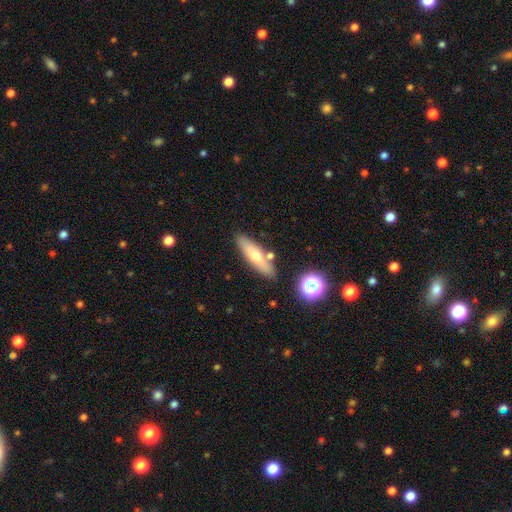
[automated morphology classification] A smooth galaxy with no disk features (64%) that is cigar-shaped (64%). Merging: none (79%).